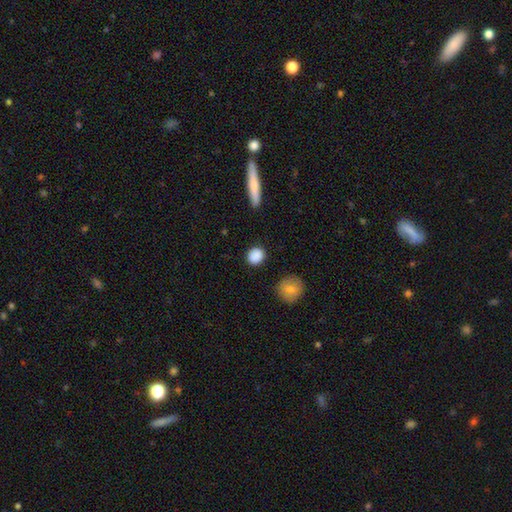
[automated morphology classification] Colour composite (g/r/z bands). It shows a smooth galaxy with no disk features (88%) that is round (78%). Merging: none (88%).